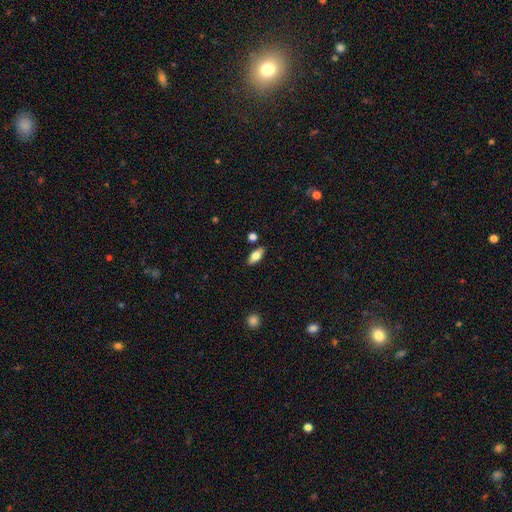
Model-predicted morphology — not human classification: A smooth galaxy with no disk features (71%) that is in between round and cigar-shaped (82%).

Vote fractions:
- Smooth or featured? smooth: 71% / featured or disk: 22% / star or artifact: 7%
- How rounded? in between: 82% / cigar-shaped: 15% / round: 3%
- Merging? none: 84% / minor disturbance: 10% / merger: 4% / major disturbance: 2%